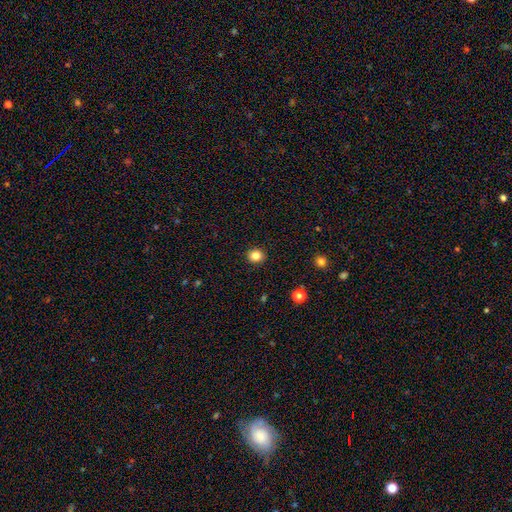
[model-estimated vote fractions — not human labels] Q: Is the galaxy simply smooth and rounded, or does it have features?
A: smooth — 83%.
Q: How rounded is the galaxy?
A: round — 83%.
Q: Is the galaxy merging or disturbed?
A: none — 92%.